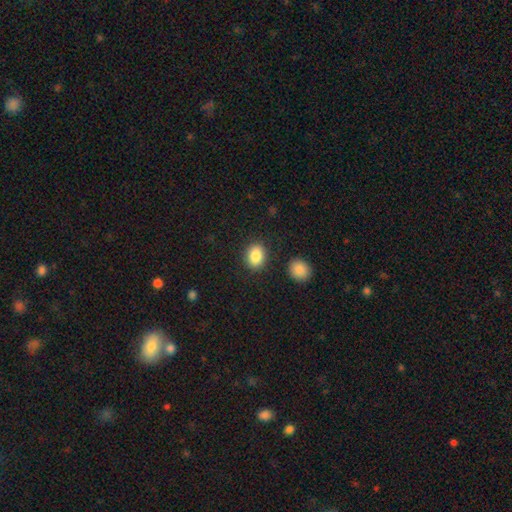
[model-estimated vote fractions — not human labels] Overall: smooth (86%). How rounded: in between (57%; round 42%). Merging: none (85%).